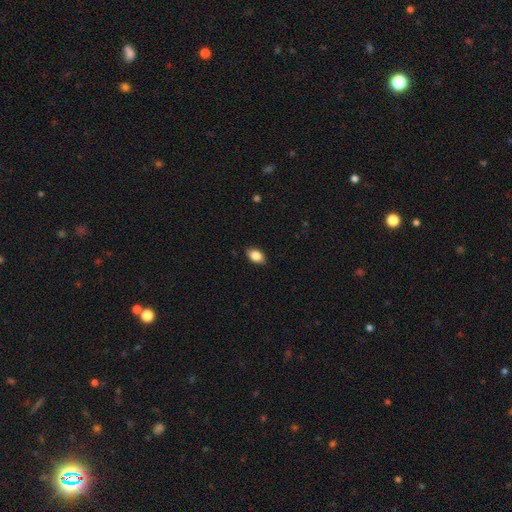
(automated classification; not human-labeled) smooth-or-featured: smooth: 84% | featured or disk: 8% | star or artifact: 8%
  how-rounded: in between: 86% | round: 13% | cigar-shaped: 2%
  merging: none: 86% | minor disturbance: 11% | major disturbance: 2% | merger: 1%